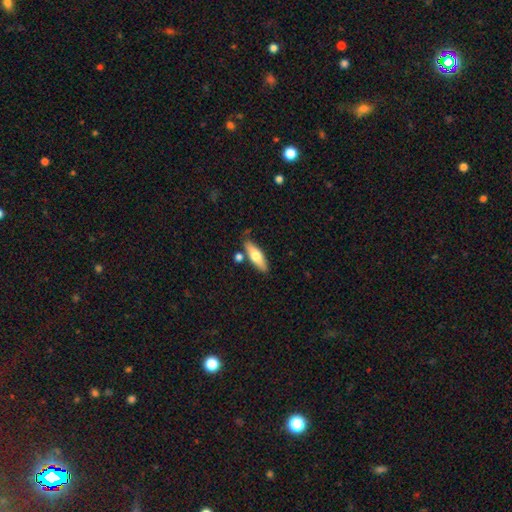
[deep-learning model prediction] smooth 64%, featured or disk 31%, star or artifact 6%. Down the decision tree: how rounded — in between (53%); merging — none (79%).